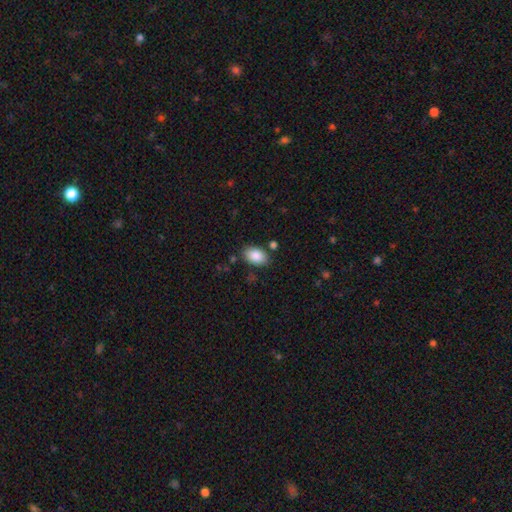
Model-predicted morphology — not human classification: A smooth galaxy with no disk features (88%) that is in between round and cigar-shaped (91%).

Vote fractions:
- Smooth or featured? smooth: 88% / star or artifact: 7% / featured or disk: 5%
- How rounded? in between: 91% / round: 8% / cigar-shaped: 1%
- Merging? none: 82% / minor disturbance: 12% / merger: 4% / major disturbance: 3%